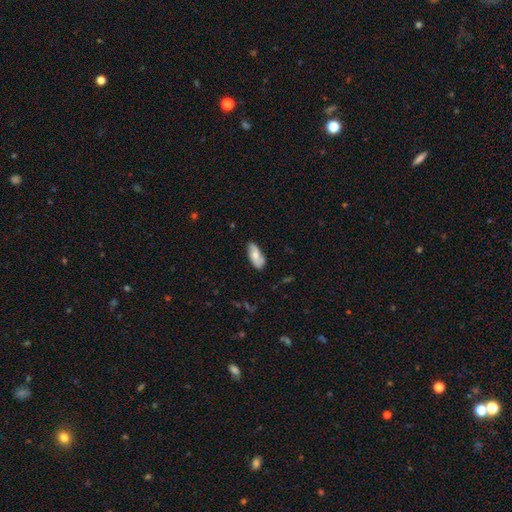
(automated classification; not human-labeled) Q: Smooth or featured?
A: smooth (63%); runner-up: featured or disk (30%)
Q: How rounded?
A: in between (85%); runner-up: cigar-shaped (12%)
Q: Merging?
A: none (73%); runner-up: minor disturbance (21%)